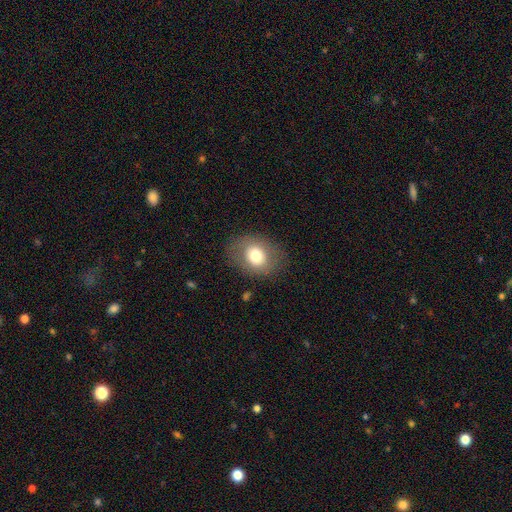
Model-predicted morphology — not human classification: Smooth or featured? smooth (73%)
How rounded? in between (57%)
Merging? none (81%)